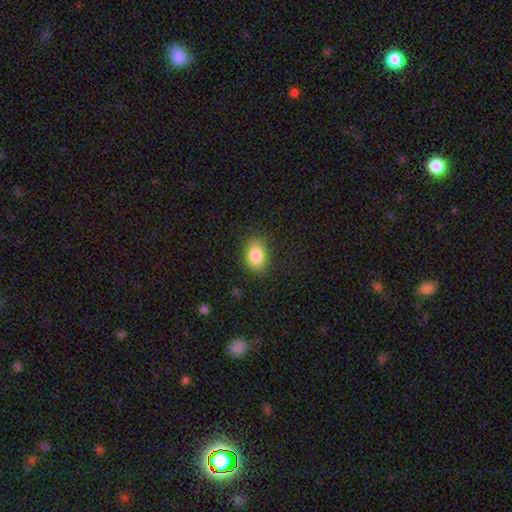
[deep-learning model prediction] Smooth or featured?
  - smooth: 84% *
  - star or artifact: 8%
  - featured or disk: 7%
How rounded?
  - in between: 80% *
  - round: 19%
  - cigar-shaped: 1%
Merging?
  - none: 83% *
  - minor disturbance: 13%
  - major disturbance: 3%
  - merger: 1%